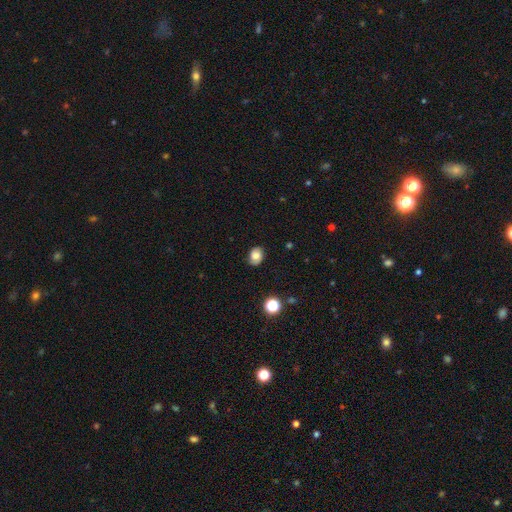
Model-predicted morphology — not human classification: The model was most divided on "how rounded": in between: 58%, round: 41%, cigar-shaped: 1%. More confident: merging — none (81%); smooth or featured — smooth (74%).